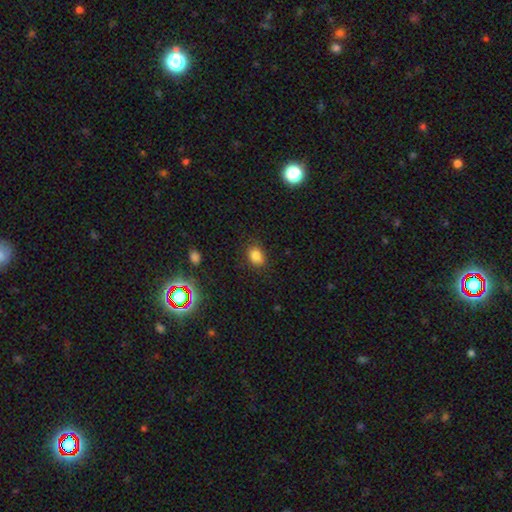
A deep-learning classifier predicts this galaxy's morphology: smooth 81%, star or artifact 13%, featured or disk 6%. Down the decision tree: how rounded — in between (59%); merging — none (80%).